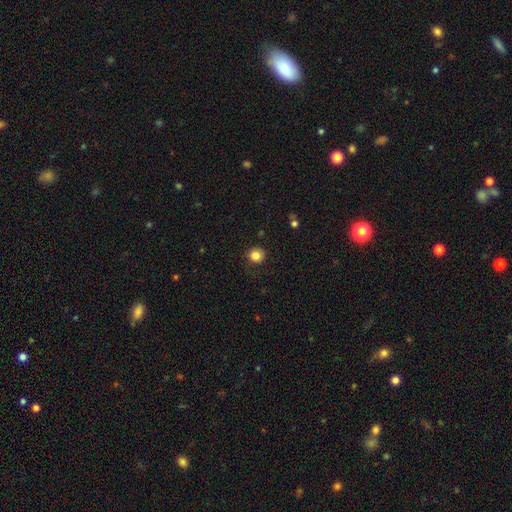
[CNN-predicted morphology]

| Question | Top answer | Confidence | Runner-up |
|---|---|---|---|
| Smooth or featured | smooth | 84% | star or artifact (11%) |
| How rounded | round | 90% | in between (9%) |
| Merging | none | 87% | minor disturbance (10%) |